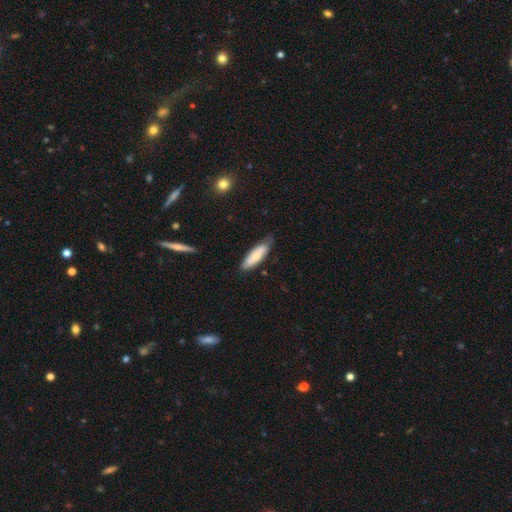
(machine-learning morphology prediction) smooth 70%, featured or disk 25%, star or artifact 6%. Down the decision tree: how rounded — cigar-shaped (53%); merging — none (71%).